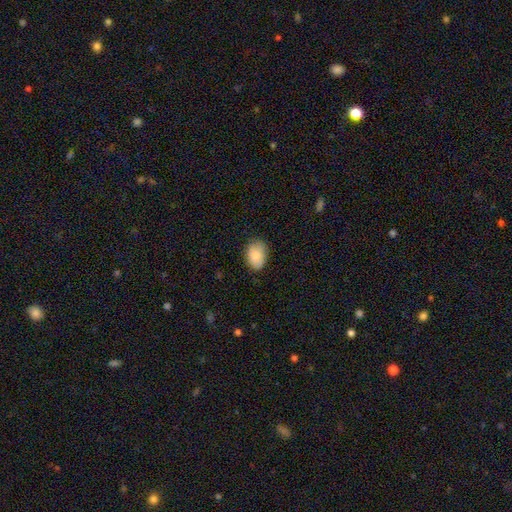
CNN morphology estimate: Smooth or featured?
  - smooth: 87% *
  - star or artifact: 7%
  - featured or disk: 6%
How rounded?
  - in between: 84% *
  - round: 15%
  - cigar-shaped: 1%
Merging?
  - none: 77% *
  - minor disturbance: 19%
  - major disturbance: 3%
  - merger: 1%